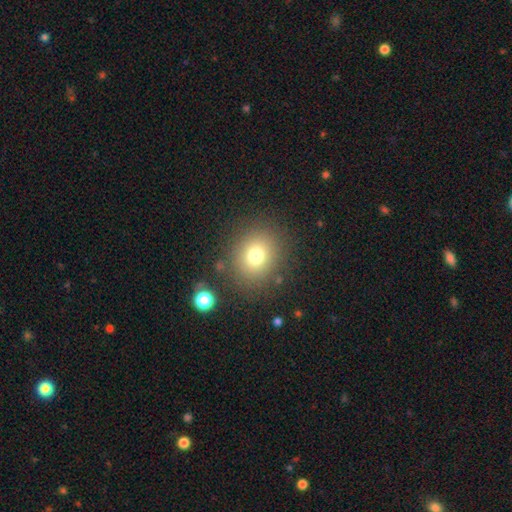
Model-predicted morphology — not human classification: A smooth galaxy with no disk features (74%) that is round (80%). Merging: none (84%).